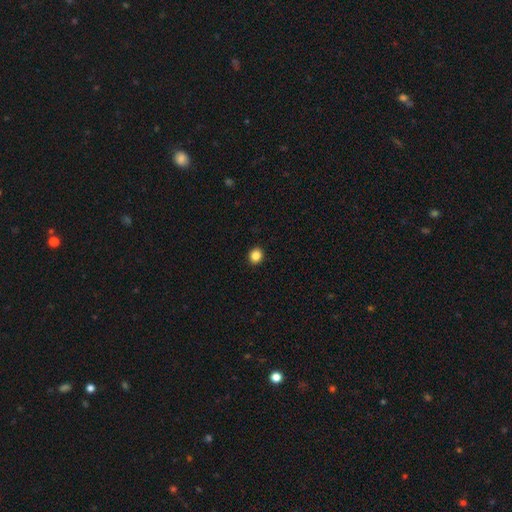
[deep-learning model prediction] A smooth galaxy with no disk features (86%) that is round (76%).

Vote fractions:
- Smooth or featured? smooth: 86% / star or artifact: 10% / featured or disk: 4%
- How rounded? round: 76% / in between: 23% / cigar-shaped: 1%
- Merging? none: 93% / minor disturbance: 5% / major disturbance: 2% / merger: 1%